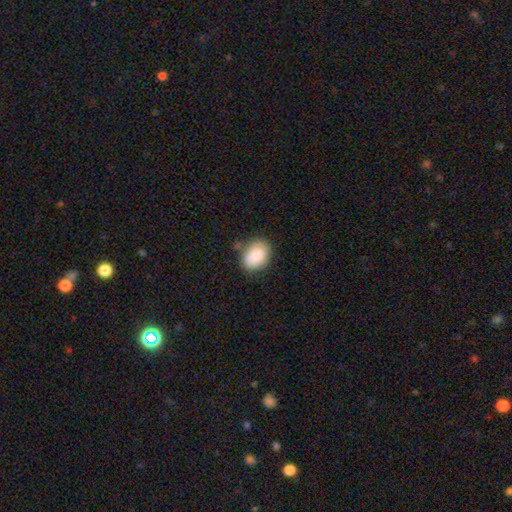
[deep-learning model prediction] Smooth or featured? Predicted: smooth (p=0.84). How rounded? Predicted: in between (p=0.72). Merging? Predicted: none (p=0.72).